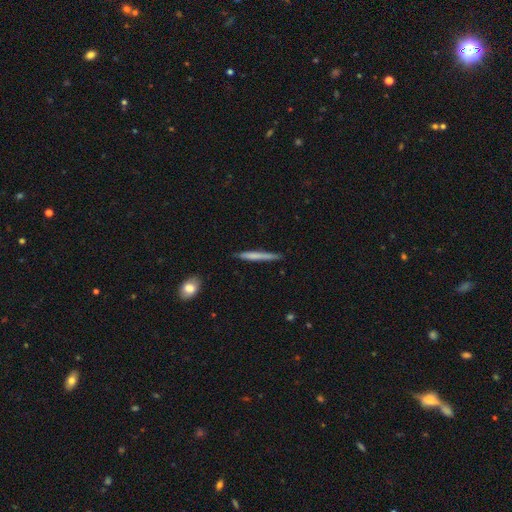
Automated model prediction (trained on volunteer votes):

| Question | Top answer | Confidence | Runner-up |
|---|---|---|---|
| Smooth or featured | smooth | 66% | featured or disk (29%) |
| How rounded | cigar-shaped | 96% | in between (3%) |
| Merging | none | 85% | minor disturbance (12%) |